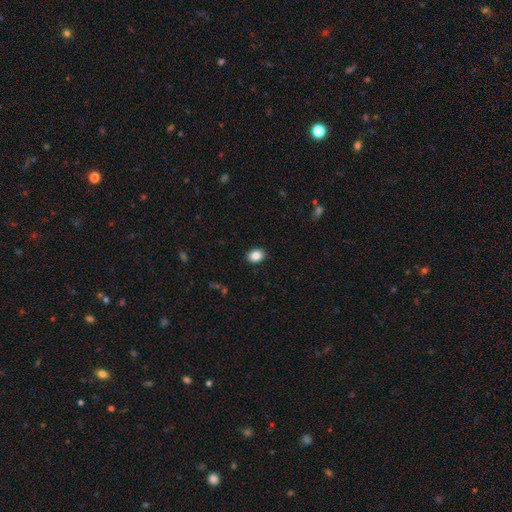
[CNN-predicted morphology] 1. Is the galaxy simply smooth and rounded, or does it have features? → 87% smooth, 9% star or artifact, 4% featured or disk.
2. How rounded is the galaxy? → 65% in between, 34% round, 1% cigar-shaped.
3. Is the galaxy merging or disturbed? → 90% none, 7% minor disturbance, 2% major disturbance, 1% merger.